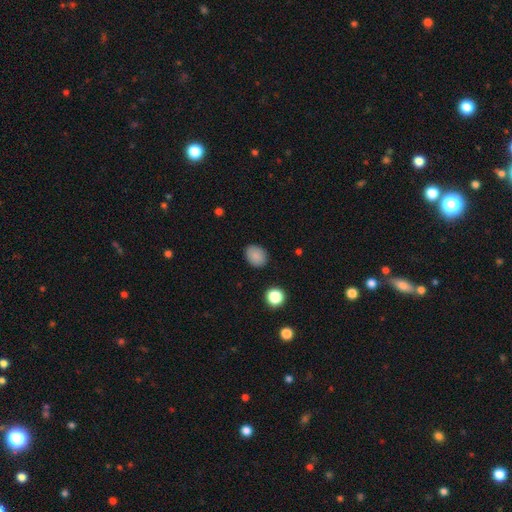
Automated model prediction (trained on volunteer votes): This is clearly a smooth galaxy (86%). How rounded: possibly round (53%). Merging: clearly none (86%).